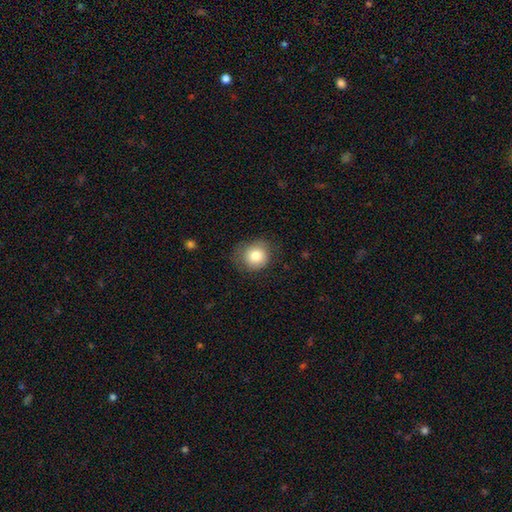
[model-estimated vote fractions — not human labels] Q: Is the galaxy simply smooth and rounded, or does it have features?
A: smooth — 81%.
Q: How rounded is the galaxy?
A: round — 77%.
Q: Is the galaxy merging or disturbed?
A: none — 71%.